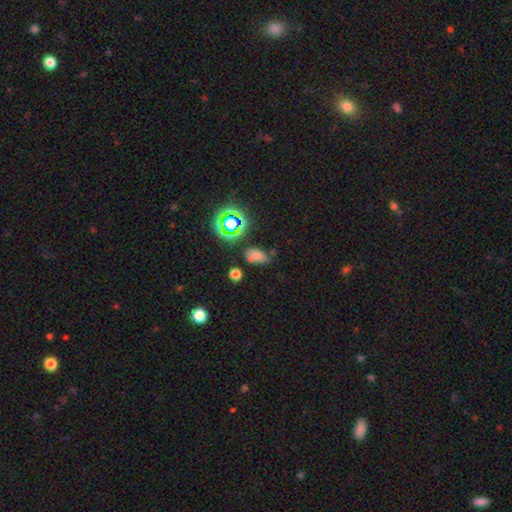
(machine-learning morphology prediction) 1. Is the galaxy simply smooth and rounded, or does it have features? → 60% smooth, 29% star or artifact, 11% featured or disk.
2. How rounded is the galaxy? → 83% in between, 14% round, 3% cigar-shaped.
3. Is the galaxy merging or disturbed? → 57% none, 25% minor disturbance, 9% merger, 9% major disturbance.